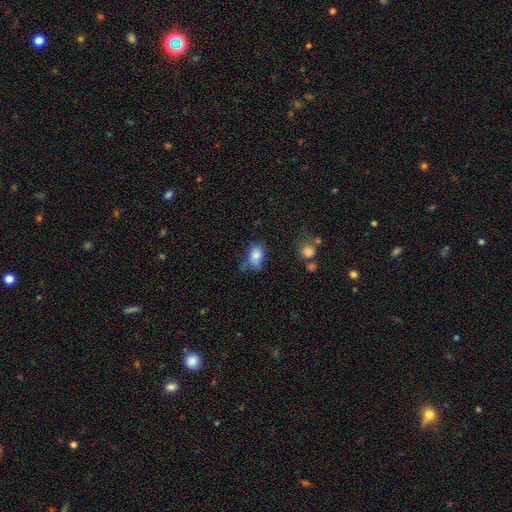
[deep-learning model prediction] The model was most divided on "merging": none: 47%, minor disturbance: 32%, major disturbance: 15%, merger: 6%. More confident: how rounded — in between (84%); smooth or featured — smooth (82%).